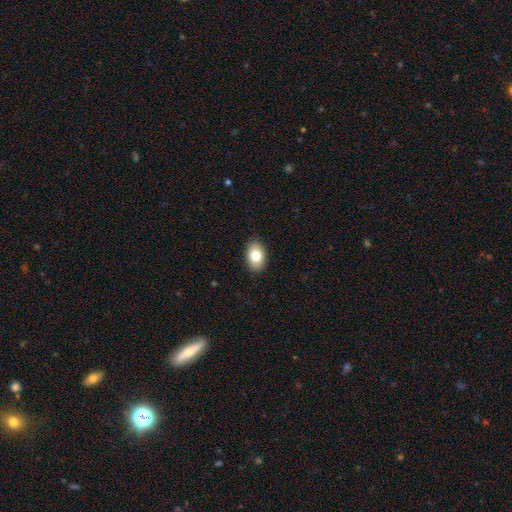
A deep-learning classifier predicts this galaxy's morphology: type=smooth (80%); roundness=in between (88%); merging=none (89%).